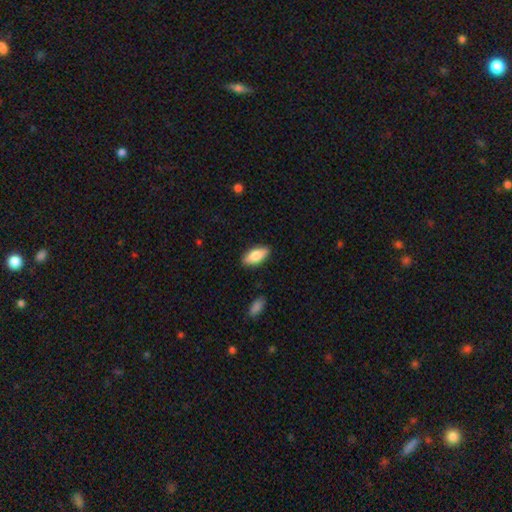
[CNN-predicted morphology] Overall: smooth (78%). How rounded: in between (86%). Merging: none (87%).